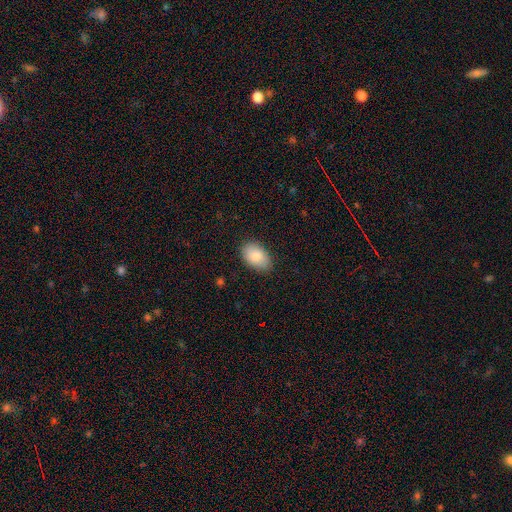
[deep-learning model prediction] Smooth or featured?
  - smooth: 86% *
  - featured or disk: 7%
  - star or artifact: 6%
How rounded?
  - in between: 92% *
  - round: 7%
  - cigar-shaped: 1%
Merging?
  - none: 84% *
  - minor disturbance: 13%
  - major disturbance: 2%
  - merger: 1%